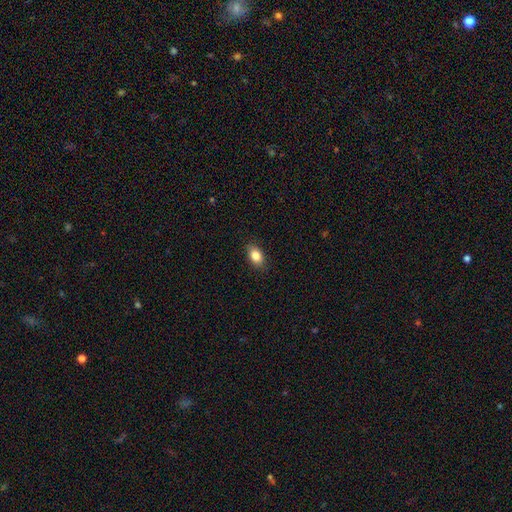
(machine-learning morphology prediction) A smooth galaxy with no disk features (84%) that is in between round and cigar-shaped (86%). Merging: none (87%).